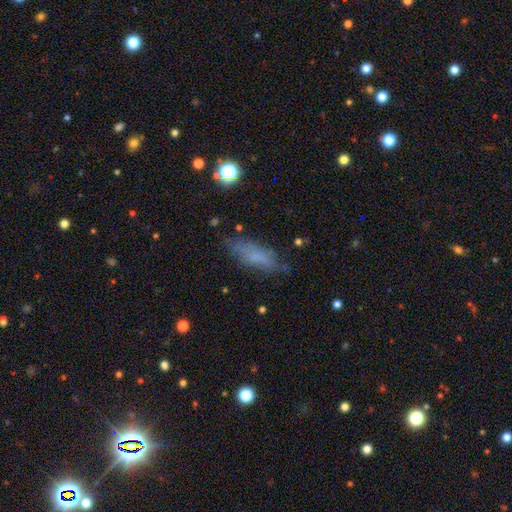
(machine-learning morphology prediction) The model was most divided on "how rounded": in between: 51%, cigar-shaped: 47%, round: 2%. More confident: merging — none (71%); smooth or featured — smooth (67%).